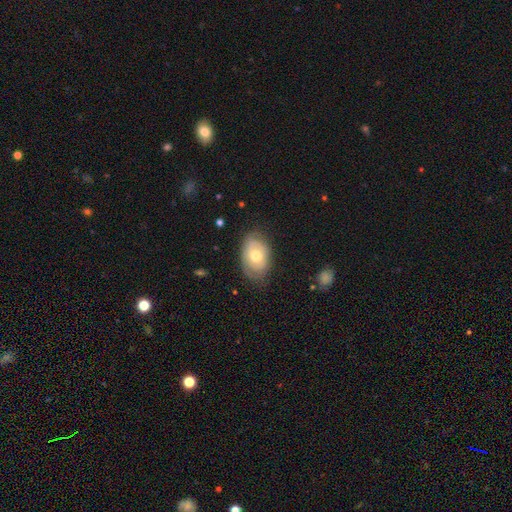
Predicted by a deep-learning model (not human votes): Morphology: type=featured or disk (50%); edge-on=no (93%); merging=none (71%).